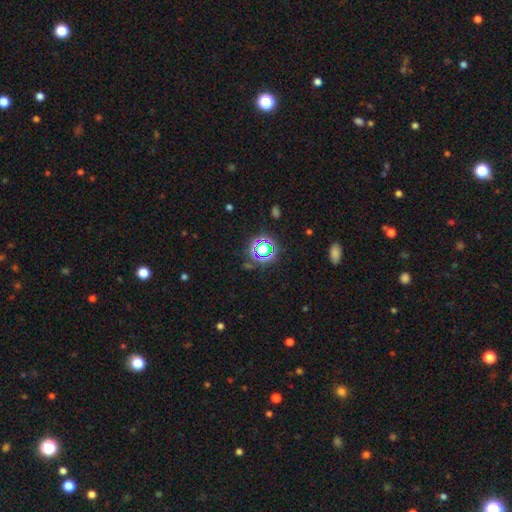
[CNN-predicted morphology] Smooth or featured? Predicted: star or artifact (p=0.76).